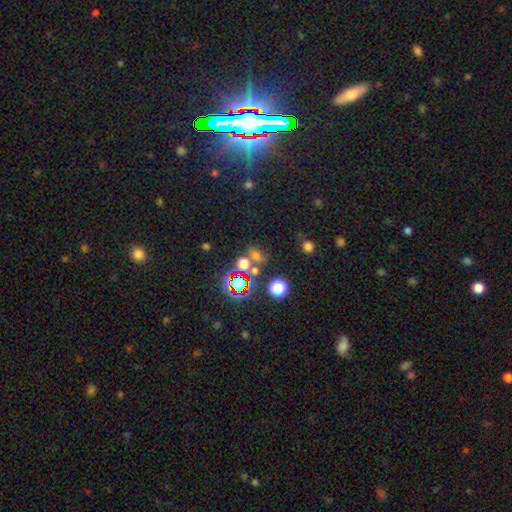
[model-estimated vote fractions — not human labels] The model was most divided on "how rounded": round: 52%, in between: 45%, cigar-shaped: 4%. More confident: merging — none (62%); smooth or featured — smooth (52%).